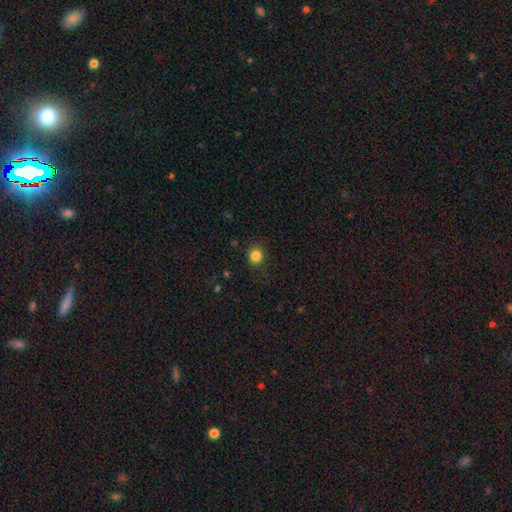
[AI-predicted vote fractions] Smooth or featured? smooth (84%)
How rounded? round (80%)
Merging? none (85%)